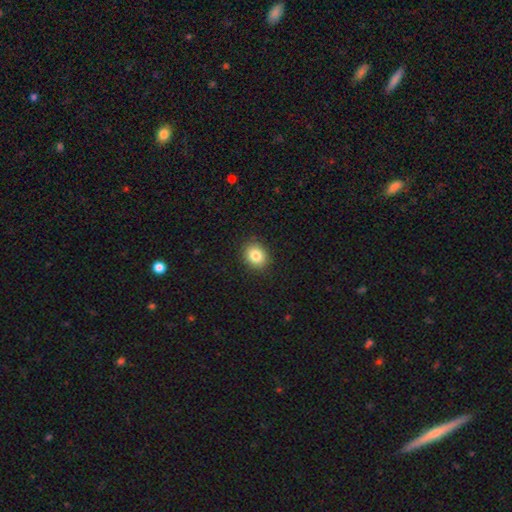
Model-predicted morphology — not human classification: This is clearly a smooth galaxy (84%). How rounded: possibly round (57%). Merging: clearly none (90%).